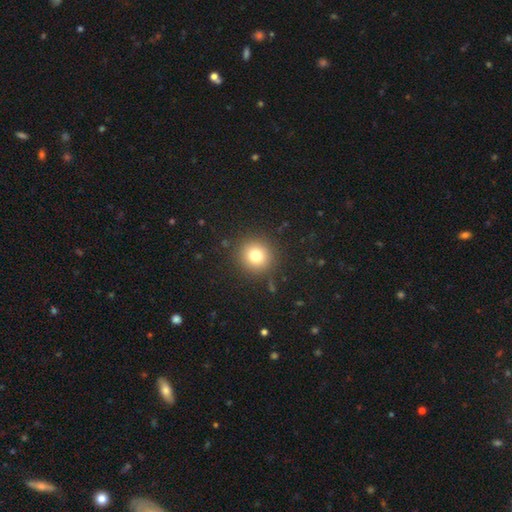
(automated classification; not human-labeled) Smooth or featured?
  - smooth: 77% *
  - star or artifact: 13%
  - featured or disk: 9%
How rounded?
  - round: 93% *
  - in between: 6%
  - cigar-shaped: 1%
Merging?
  - none: 89% *
  - minor disturbance: 6%
  - major disturbance: 3%
  - merger: 1%